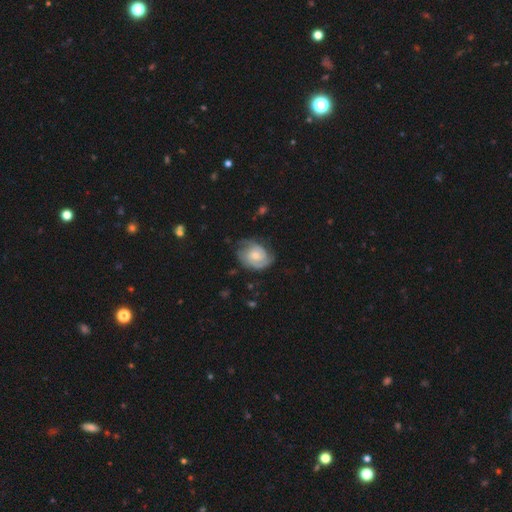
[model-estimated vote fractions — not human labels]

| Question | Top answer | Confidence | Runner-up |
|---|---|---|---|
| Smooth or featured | featured or disk | 75% | smooth (19%) |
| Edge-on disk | no | 97% | yes (3%) |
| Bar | no | 68% | weak (27%) |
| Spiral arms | yes | 92% | no (8%) |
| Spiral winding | tight | 59% | medium (31%) |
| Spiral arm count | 2 | 49% | can't tell (24%) |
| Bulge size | moderate | 53% | small (40%) |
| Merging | none | 63% | minor disturbance (25%) |